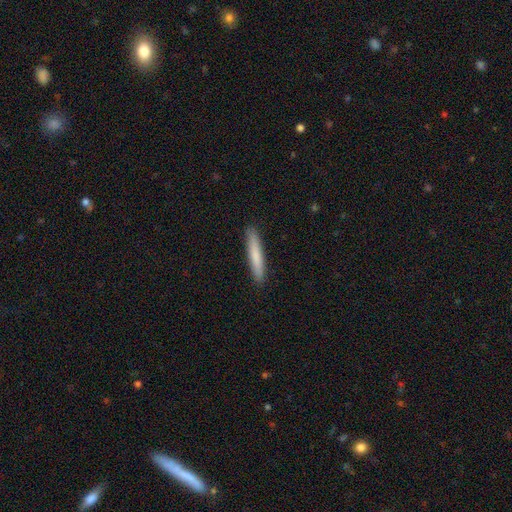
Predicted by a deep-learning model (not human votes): A smooth galaxy with no disk features (79%) that is cigar-shaped (94%).

Vote fractions:
- Smooth or featured? smooth: 79% / featured or disk: 16% / star or artifact: 5%
- How rounded? cigar-shaped: 94% / in between: 5% / round: 1%
- Merging? none: 92% / minor disturbance: 6% / major disturbance: 1% / merger: 1%